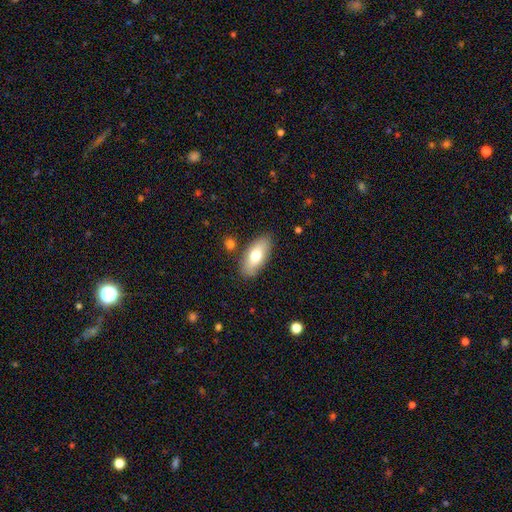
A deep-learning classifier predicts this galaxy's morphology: This appears to be a smooth galaxy with no disk features (71%) that is in between round and cigar-shaped (84%). Merging: none (83%).